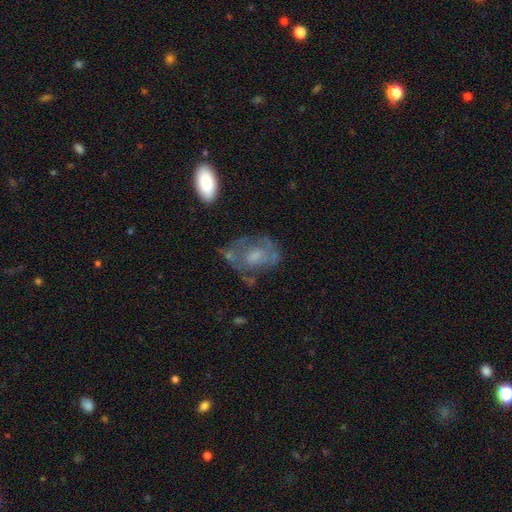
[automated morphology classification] Overall: featured or disk (57%; smooth 33%). Edge-on disk: no (96%). Bar: no (73%). Spiral arms: no (56%; yes 44%). Bulge size: small (39%; moderate 36%). Merging: none (49%; minor disturbance 23%).